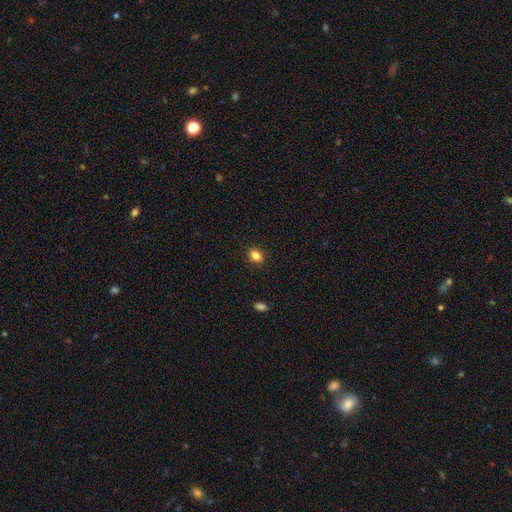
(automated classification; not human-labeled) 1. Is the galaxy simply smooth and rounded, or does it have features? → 84% smooth, 10% star or artifact, 6% featured or disk.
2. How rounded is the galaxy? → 74% in between, 24% round, 2% cigar-shaped.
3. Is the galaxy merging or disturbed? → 88% none, 9% minor disturbance, 2% major disturbance, 1% merger.